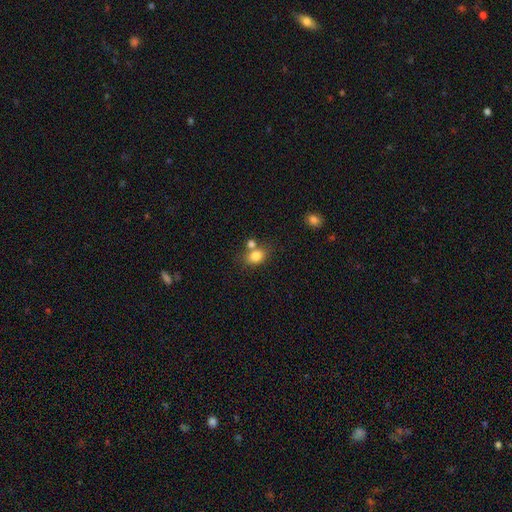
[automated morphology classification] Q: Smooth or featured?
A: smooth (81%); runner-up: star or artifact (10%)
Q: How rounded?
A: in between (58%); runner-up: round (41%)
Q: Merging?
A: none (55%); runner-up: merger (28%)